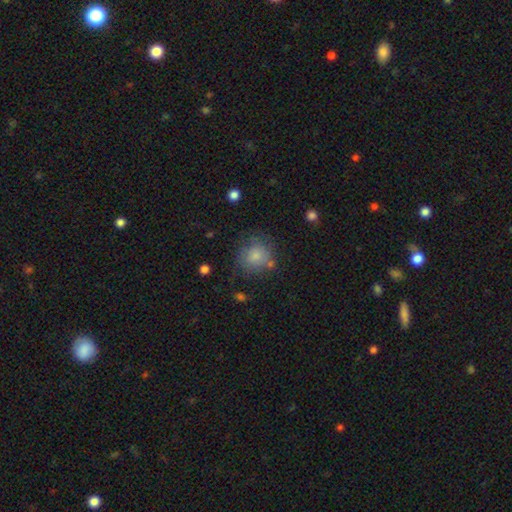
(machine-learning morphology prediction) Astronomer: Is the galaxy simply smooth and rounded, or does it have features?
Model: smooth — 76%.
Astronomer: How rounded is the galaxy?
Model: round — 83%.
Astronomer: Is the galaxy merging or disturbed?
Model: none — 62%.